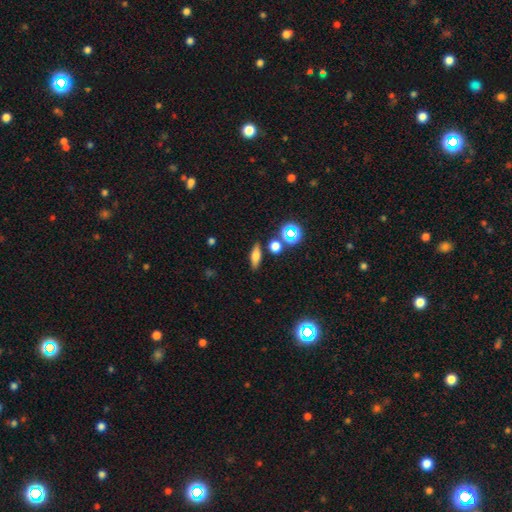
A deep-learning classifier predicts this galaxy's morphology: smooth 57%, featured or disk 28%, star or artifact 15%. Down the decision tree: how rounded — in between (47%); merging — none (83%).